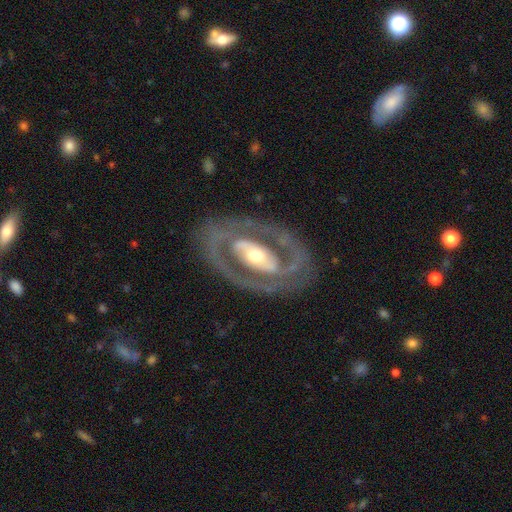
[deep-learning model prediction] This is clearly a featured or disk galaxy (83%). It is clearly not viewed edge-on (93%). Bar: marginally no (39%). Spiral arm pattern: possibly yes (59%). Central bulge: likely moderate (66%). Merging: likely none (79%).